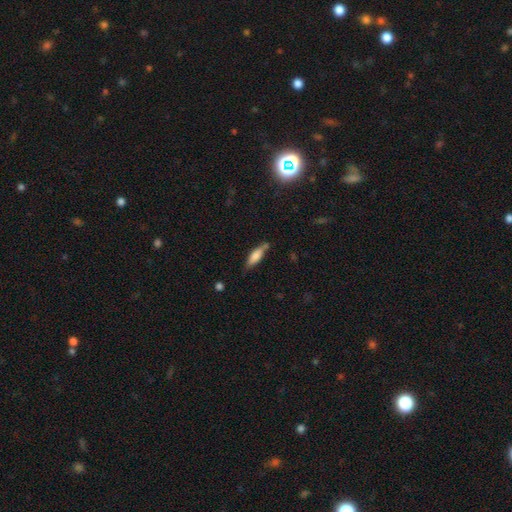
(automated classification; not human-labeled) smooth_or_featured: smooth (p=0.71) [alt: featured or disk p=0.22]
how_rounded: cigar-shaped (p=0.51) [alt: in between p=0.47]
merging: none (p=0.65) [alt: minor disturbance p=0.22]